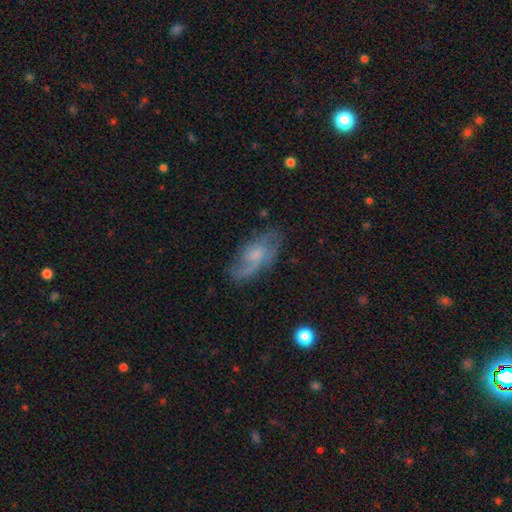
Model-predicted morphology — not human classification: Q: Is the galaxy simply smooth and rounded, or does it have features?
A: featured or disk — 66%.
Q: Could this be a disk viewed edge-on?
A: no — 92%.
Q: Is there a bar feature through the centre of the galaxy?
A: no — 64%.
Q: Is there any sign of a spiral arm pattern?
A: yes — 85%.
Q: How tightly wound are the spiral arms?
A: medium — 42%.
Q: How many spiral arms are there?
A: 2 — 45%.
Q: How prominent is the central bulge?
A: small — 40%.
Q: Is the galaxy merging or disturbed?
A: none — 64%.